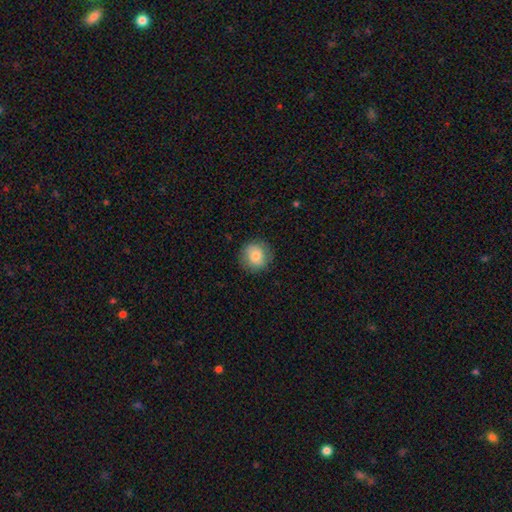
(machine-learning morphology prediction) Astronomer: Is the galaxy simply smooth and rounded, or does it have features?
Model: smooth — 79%.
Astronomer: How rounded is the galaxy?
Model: round — 90%.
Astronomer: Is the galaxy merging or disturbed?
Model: none — 84%.